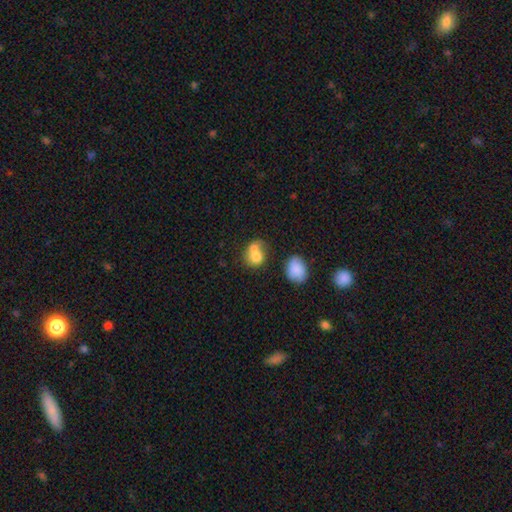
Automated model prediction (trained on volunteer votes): smooth_or_featured: smooth (p=0.74) [alt: featured or disk p=0.17]
how_rounded: round (p=0.57) [alt: in between p=0.42]
merging: merger (p=0.59) [alt: none p=0.24]